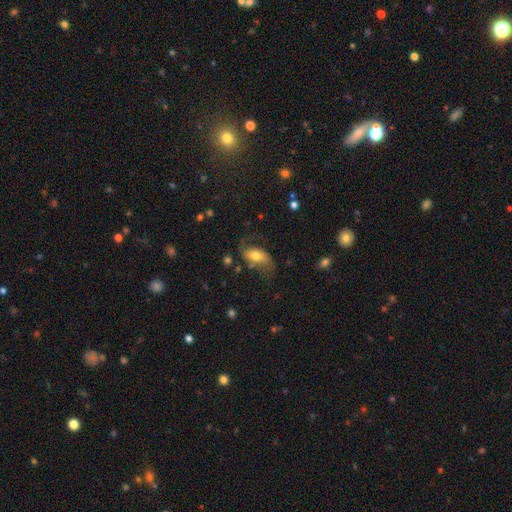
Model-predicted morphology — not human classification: Smooth or featured? Predicted: featured or disk (p=0.49). Merging? Predicted: none (p=0.52).